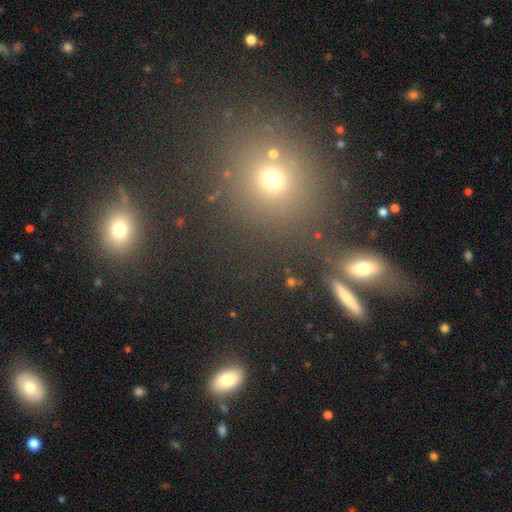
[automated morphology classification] smooth 45%, star or artifact 38%, featured or disk 16%. Down the decision tree: merging — none (76%).